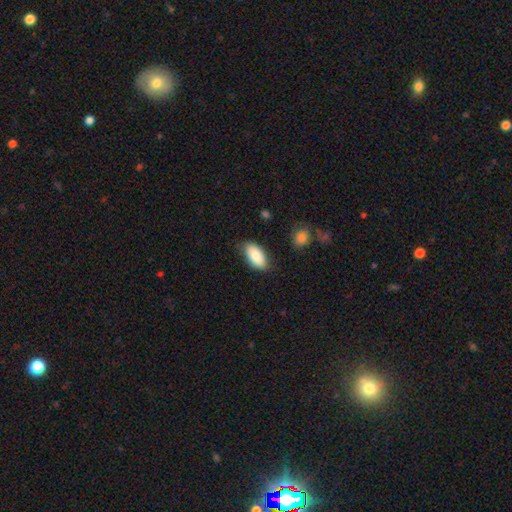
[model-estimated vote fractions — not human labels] A smooth galaxy with no disk features (84%) that is in between round and cigar-shaped (94%).

Vote fractions:
- Smooth or featured? smooth: 84% / featured or disk: 10% / star or artifact: 6%
- How rounded? in between: 94% / cigar-shaped: 3% / round: 3%
- Merging? none: 78% / minor disturbance: 16% / major disturbance: 3% / merger: 2%